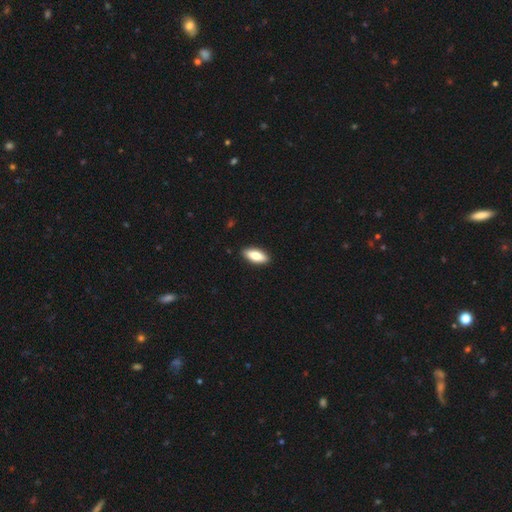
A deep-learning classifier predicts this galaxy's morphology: A smooth galaxy with no disk features (79%) that is in between round and cigar-shaped (80%). Merging: none (91%).